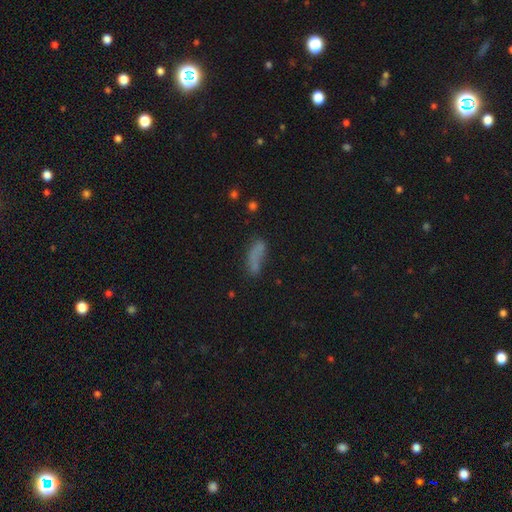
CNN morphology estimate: Smooth or featured? smooth (68%)
How rounded? in between (54%)
Merging? none (50%)